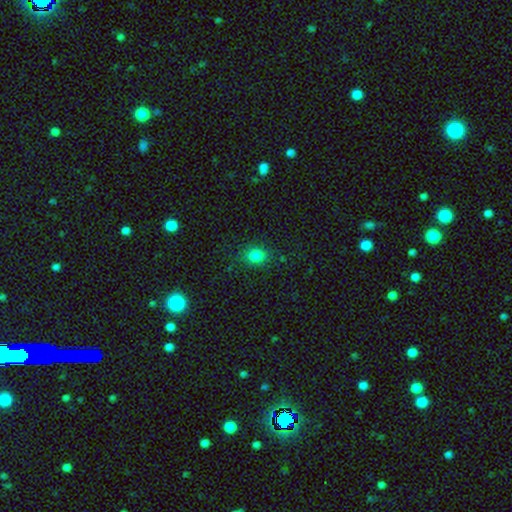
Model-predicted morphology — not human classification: A smooth galaxy with no disk features (82%) that is round (53%). Merging: none (82%).